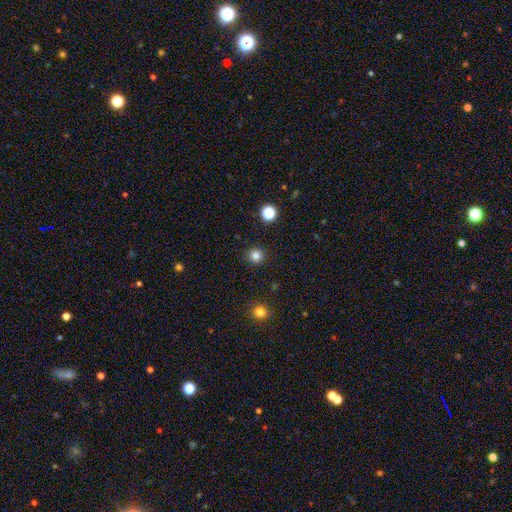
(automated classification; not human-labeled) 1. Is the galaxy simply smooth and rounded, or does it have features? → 82% smooth, 13% star or artifact, 5% featured or disk.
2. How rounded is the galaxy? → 93% round, 6% in between, 1% cigar-shaped.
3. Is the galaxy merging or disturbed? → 92% none, 5% minor disturbance, 2% major disturbance, 1% merger.